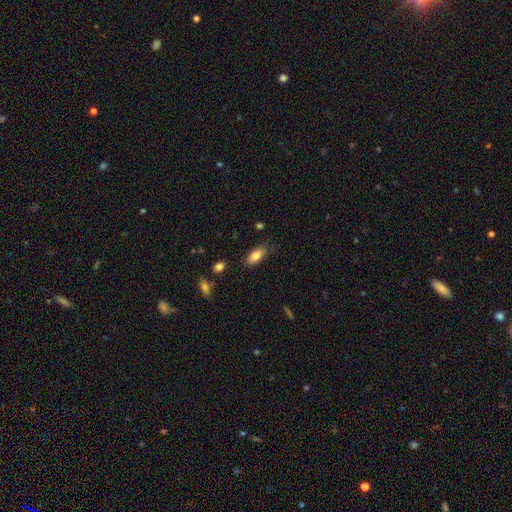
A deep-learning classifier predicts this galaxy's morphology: Smooth or featured? Predicted: smooth (p=0.83). How rounded? Predicted: in between (p=0.86). Merging? Predicted: none (p=0.75).